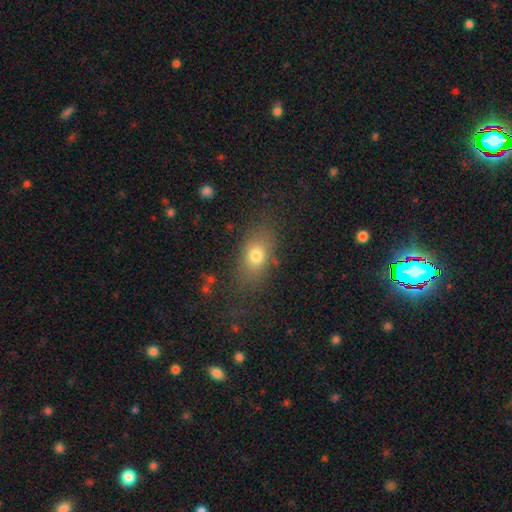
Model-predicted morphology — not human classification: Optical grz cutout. It shows a smooth galaxy with no disk features (75%) that is in between round and cigar-shaped (72%). Merging: none (71%).